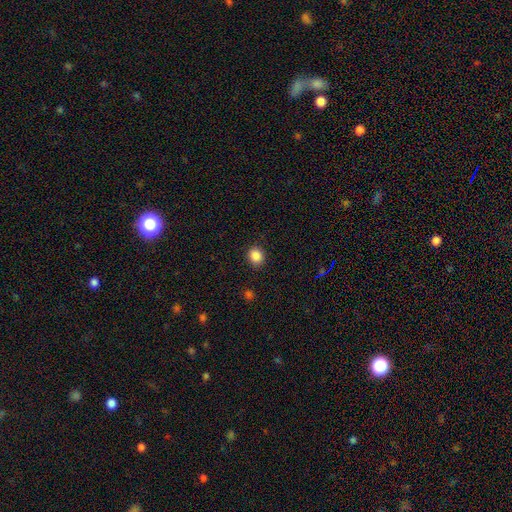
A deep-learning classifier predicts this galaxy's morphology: Smooth or featured: smooth — 87% (star or artifact — 10%)
How rounded: round — 75% (in between — 24%)
Merging: none — 89% (minor disturbance — 8%)